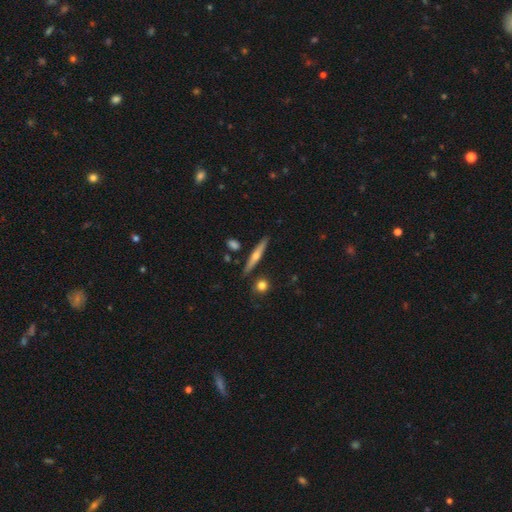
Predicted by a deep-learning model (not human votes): Smooth or featured?
  - featured or disk: 55% *
  - smooth: 38%
  - star or artifact: 6%
Edge-on disk?
  - yes: 94% *
  - no: 6%
Edge-on bulge?
  - rounded: 84% *
  - none: 13%
  - boxy: 3%
Merging?
  - none: 86% *
  - minor disturbance: 8%
  - merger: 4%
  - major disturbance: 2%